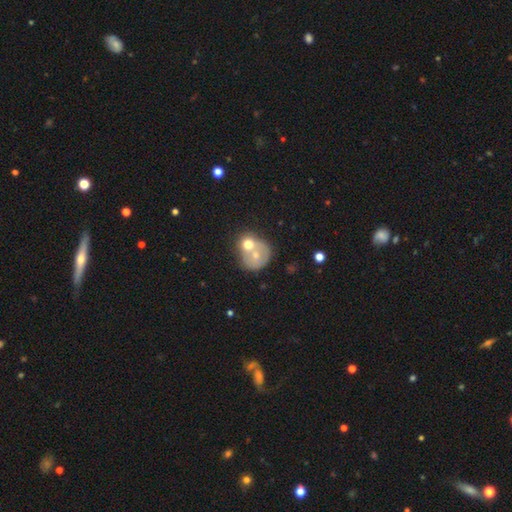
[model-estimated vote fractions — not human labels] smooth 55%, featured or disk 36%, star or artifact 9%. Down the decision tree: how rounded — round (72%); merging — merger (62%).